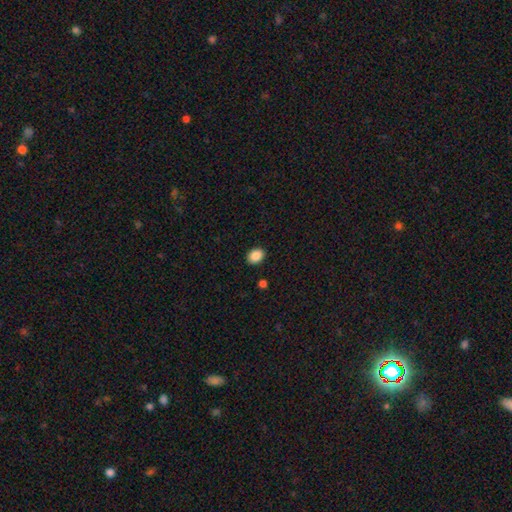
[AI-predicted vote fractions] smooth 88%, star or artifact 8%, featured or disk 3%. Down the decision tree: how rounded — in between (66%); merging — none (90%).